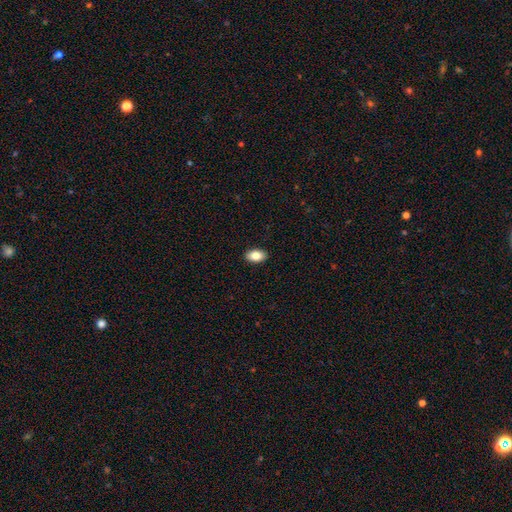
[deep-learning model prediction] A smooth galaxy with no disk features (84%) that is in between round and cigar-shaped (91%). Merging: none (90%).